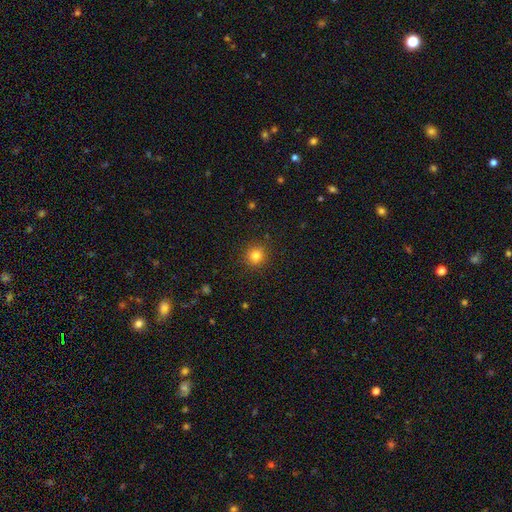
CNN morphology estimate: type=smooth (82%); roundness=round (91%); merging=none (91%).